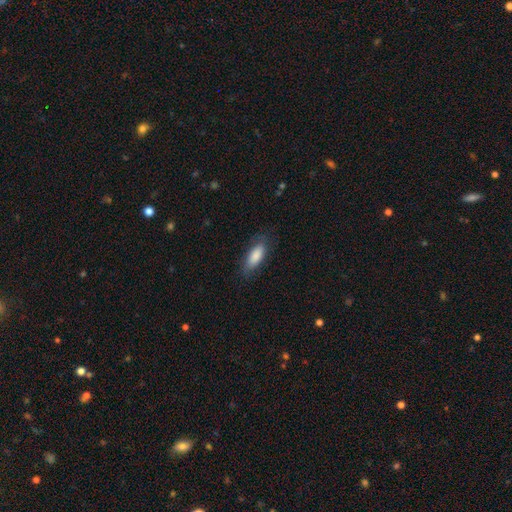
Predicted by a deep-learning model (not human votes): Smooth or featured? Predicted: smooth (p=0.85). How rounded? Predicted: in between (p=0.71). Merging? Predicted: none (p=0.77).